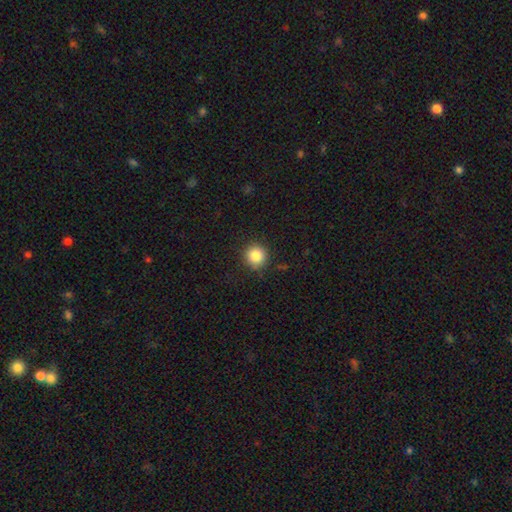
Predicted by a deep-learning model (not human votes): Morphology: type=smooth (85%); roundness=round (93%); merging=none (89%).